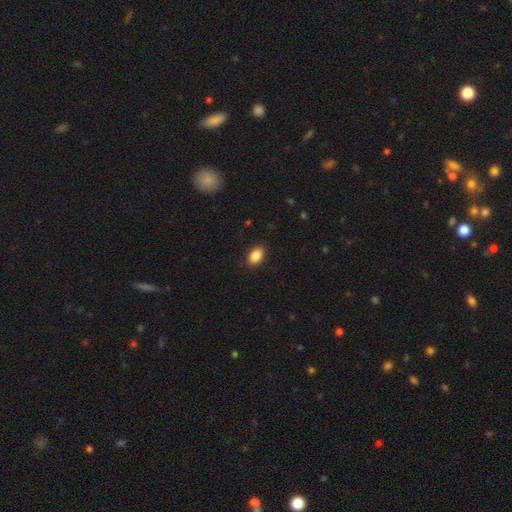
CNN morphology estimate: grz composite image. It shows a smooth galaxy with no disk features (87%) that is in between round and cigar-shaped (86%). Merging: none (88%).